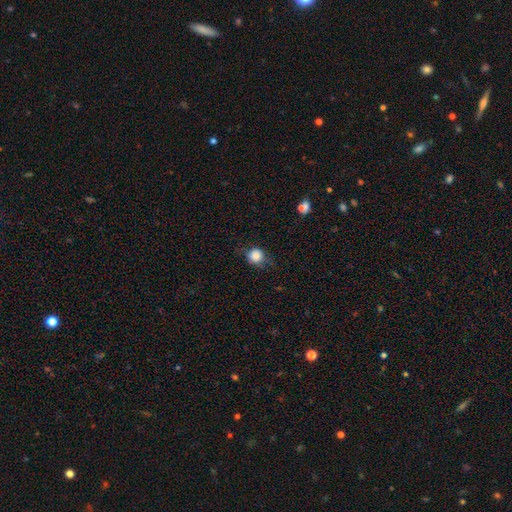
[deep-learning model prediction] Overall: smooth (82%). How rounded: round (88%). Merging: none (70%).